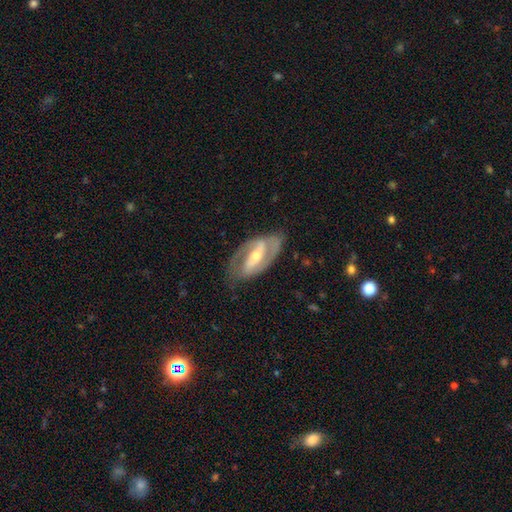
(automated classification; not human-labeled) smooth-or-featured: featured or disk: 87% | smooth: 9% | star or artifact: 4%
  disk-edge-on: no: 94% | yes: 6%
    bar: strong: 60% | weak: 27% | no: 13%
    has-spiral-arms: yes: 90% | no: 10%
      spiral-winding: medium: 49% | tight: 33% | loose: 18%
      spiral-arm-count: 2: 88% | can't tell: 6% | 1: 3% | 3: 1% | 4: 1% | more than 4: 1%
    bulge-size: moderate: 53% | small: 42% | large: 3% | none: 1% | dominant: 1%
  merging: none: 78% | minor disturbance: 15% | major disturbance: 6% | merger: 1%